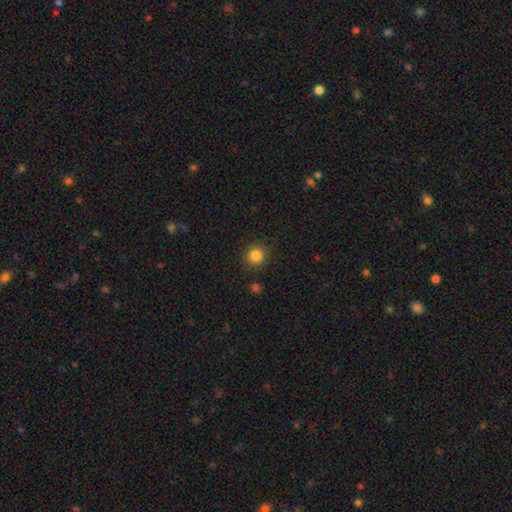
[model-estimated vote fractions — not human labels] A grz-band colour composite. It shows a smooth galaxy with no disk features (84%) that is round (92%). Merging: none (90%).